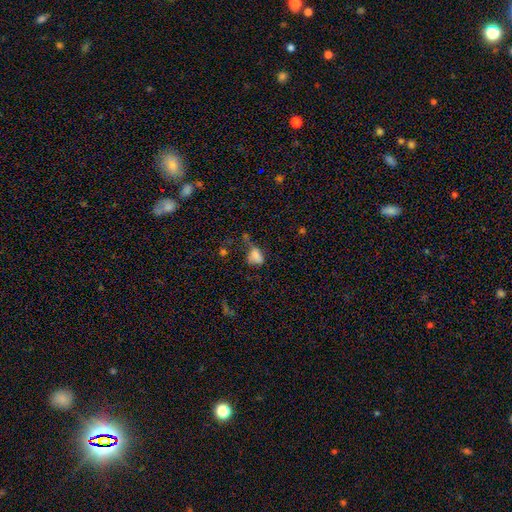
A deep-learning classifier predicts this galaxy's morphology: Smooth or featured: smooth — 70% (star or artifact — 15%)
How rounded: in between — 79% (round — 18%)
Merging: major disturbance — 31% (minor disturbance — 28%)